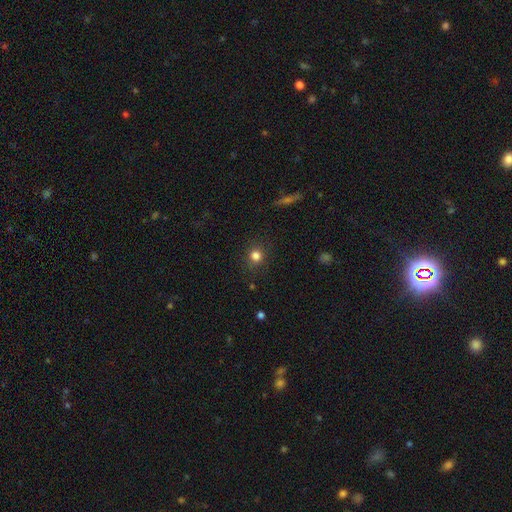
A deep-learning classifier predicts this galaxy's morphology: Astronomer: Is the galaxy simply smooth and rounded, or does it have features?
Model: smooth — 80%.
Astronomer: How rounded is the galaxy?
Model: round — 88%.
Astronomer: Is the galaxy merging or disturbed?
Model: none — 86%.